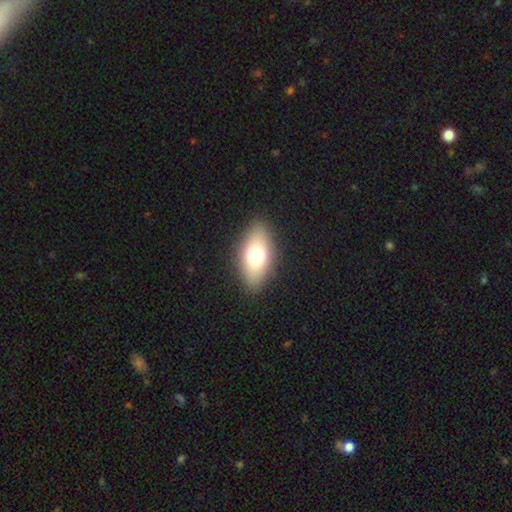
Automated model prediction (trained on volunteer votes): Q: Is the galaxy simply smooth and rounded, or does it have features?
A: smooth — 70%.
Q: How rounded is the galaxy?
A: in between — 86%.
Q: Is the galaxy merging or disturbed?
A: none — 87%.